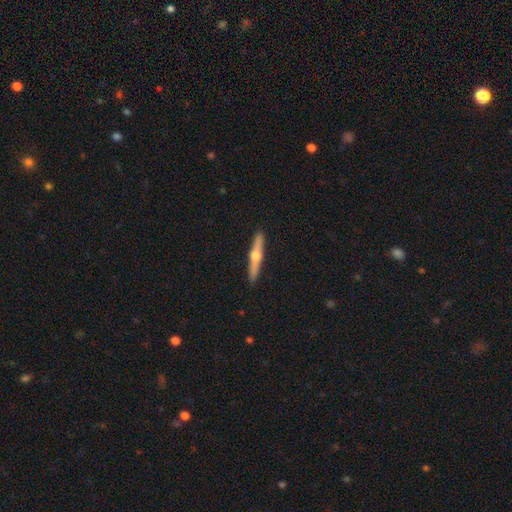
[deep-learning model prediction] Q: Smooth or featured?
A: featured or disk (64%); runner-up: smooth (30%)
Q: Edge-on disk?
A: yes (97%); runner-up: no (3%)
Q: Edge-on bulge?
A: rounded (93%); runner-up: none (4%)
Q: Merging?
A: none (92%); runner-up: minor disturbance (6%)